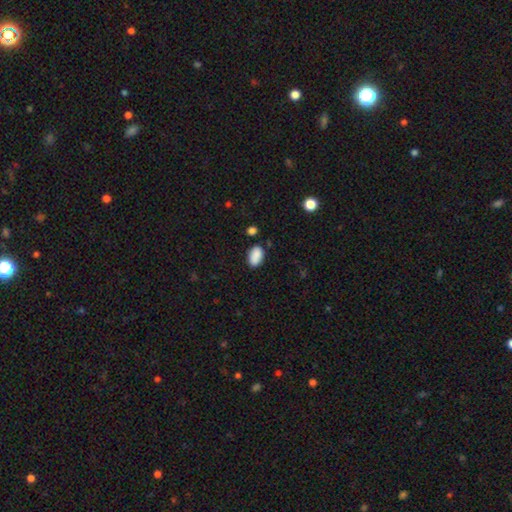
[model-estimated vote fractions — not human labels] Morphology: type=smooth (89%); roundness=in between (93%); merging=none (82%).